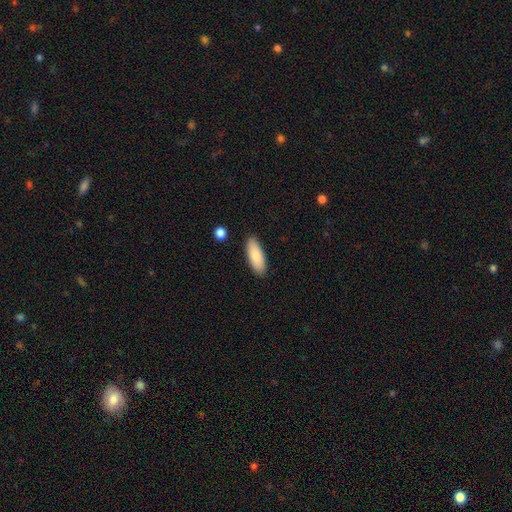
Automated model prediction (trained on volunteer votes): This appears to be a smooth galaxy with no disk features (84%) that is in between round and cigar-shaped (70%). Merging: none (88%).